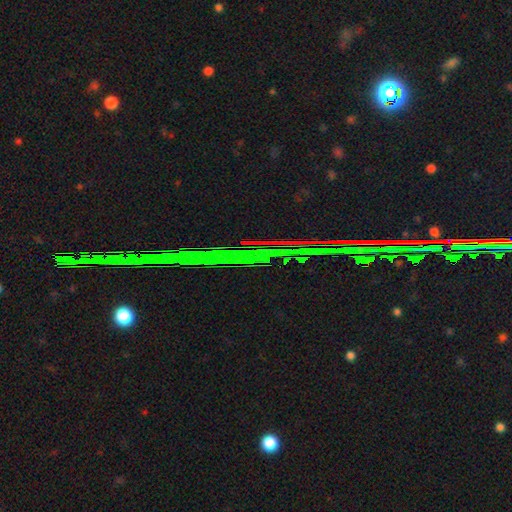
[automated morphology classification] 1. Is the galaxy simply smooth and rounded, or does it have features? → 84% star or artifact, 9% featured or disk, 6% smooth.